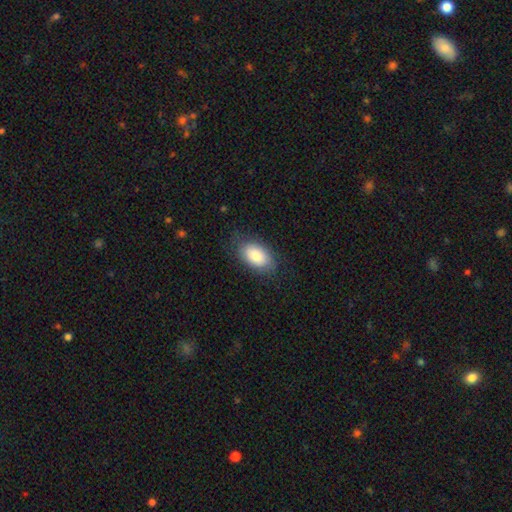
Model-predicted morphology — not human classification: type=smooth (84%); roundness=in between (93%); merging=none (79%).